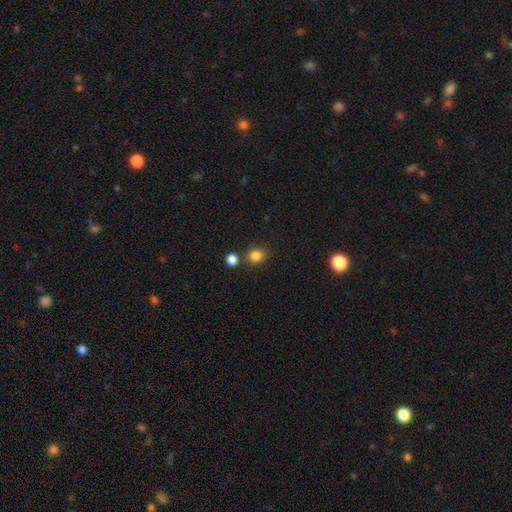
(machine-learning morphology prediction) Smooth or featured? Predicted: smooth (p=0.83). How rounded? Predicted: round (p=0.77). Merging? Predicted: none (p=0.74).